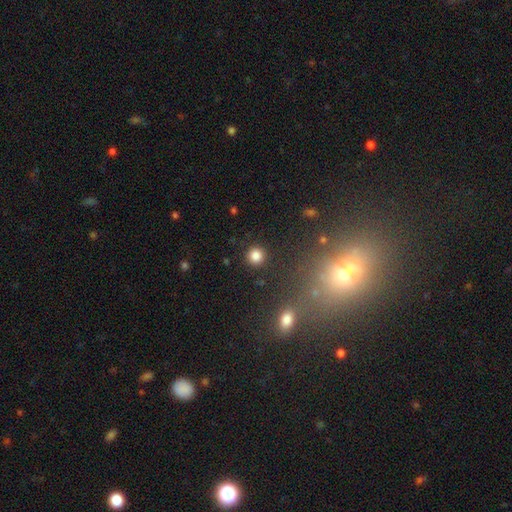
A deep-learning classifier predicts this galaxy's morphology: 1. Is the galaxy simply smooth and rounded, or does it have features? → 84% smooth, 12% star or artifact, 4% featured or disk.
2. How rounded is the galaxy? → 93% round, 6% in between, 1% cigar-shaped.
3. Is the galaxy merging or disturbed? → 91% none, 5% minor disturbance, 2% major disturbance, 2% merger.